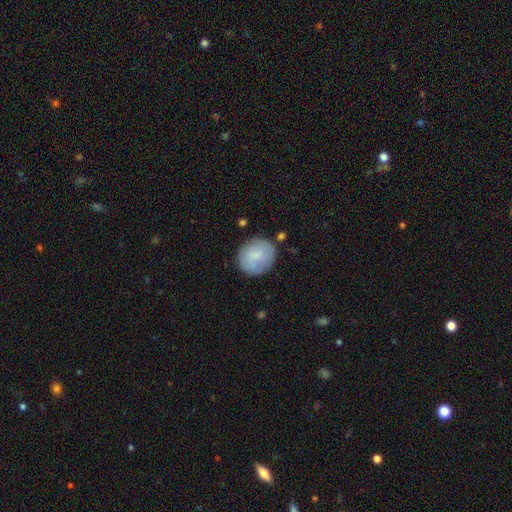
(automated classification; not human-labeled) A smooth galaxy with no disk features (79%) that is round (87%).

Vote fractions:
- Smooth or featured? smooth: 79% / featured or disk: 15% / star or artifact: 7%
- How rounded? round: 87% / in between: 12% / cigar-shaped: 1%
- Merging? none: 79% / minor disturbance: 14% / major disturbance: 4% / merger: 3%